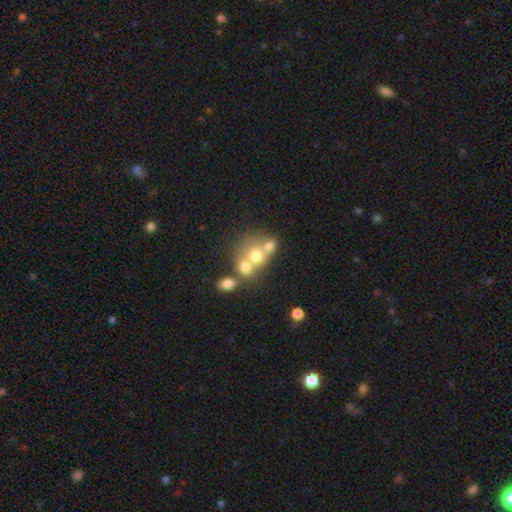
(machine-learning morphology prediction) smooth_or_featured: smooth (p=0.63) [alt: featured or disk p=0.23]
how_rounded: round (p=0.69) [alt: in between p=0.29]
merging: merger (p=0.58) [alt: none p=0.30]